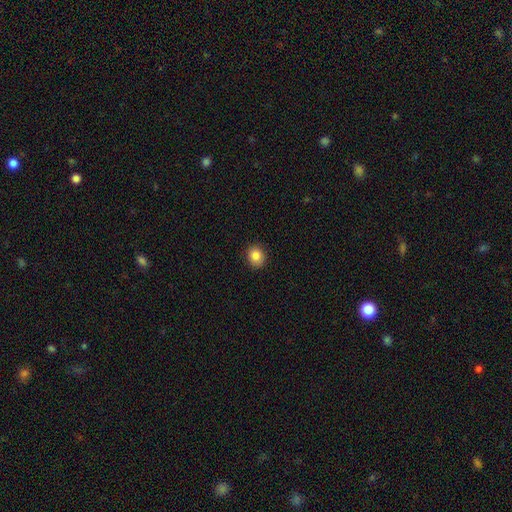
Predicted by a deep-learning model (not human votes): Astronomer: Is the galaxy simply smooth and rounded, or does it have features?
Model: smooth — 85%.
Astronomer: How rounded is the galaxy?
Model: round — 73%.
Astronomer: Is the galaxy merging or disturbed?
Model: none — 90%.